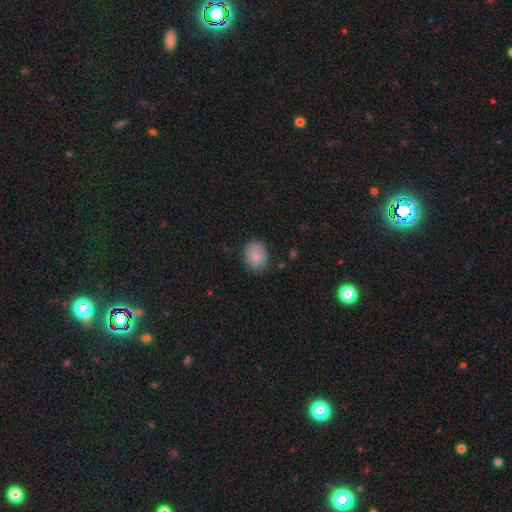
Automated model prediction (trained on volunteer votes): Smooth or featured? smooth (85%)
How rounded? round (55%)
Merging? none (79%)